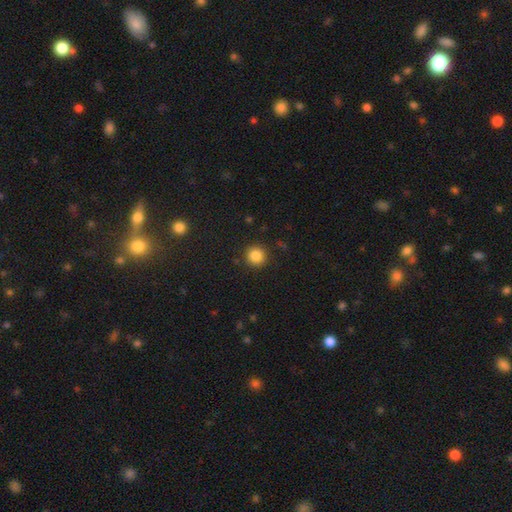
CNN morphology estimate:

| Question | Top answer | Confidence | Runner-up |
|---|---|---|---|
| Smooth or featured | smooth | 85% | star or artifact (11%) |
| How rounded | round | 93% | in between (6%) |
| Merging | none | 90% | minor disturbance (6%) |